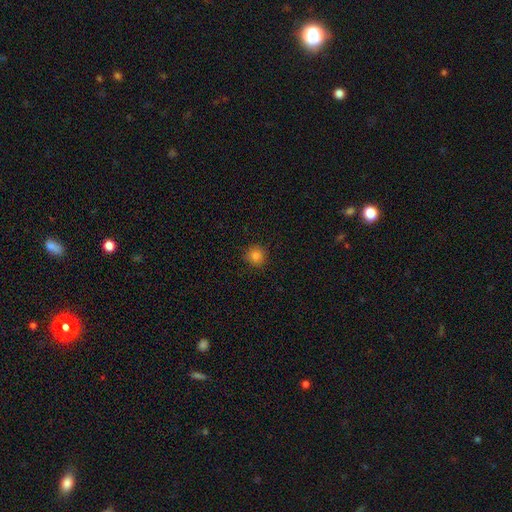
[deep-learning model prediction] The model was most divided on "smooth or featured": smooth: 84%, star or artifact: 12%, featured or disk: 4%. More confident: how rounded — round (91%); merging — none (89%).